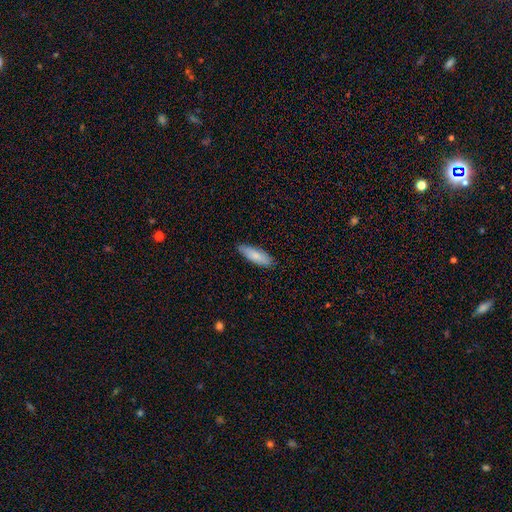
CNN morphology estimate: Overall: smooth (81%). How rounded: in between (55%; cigar-shaped 44%). Merging: none (85%).